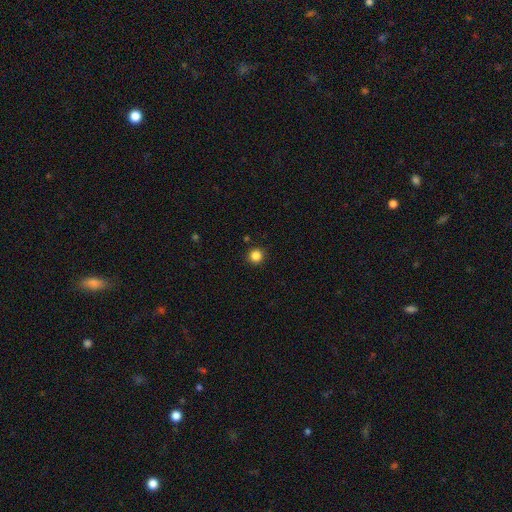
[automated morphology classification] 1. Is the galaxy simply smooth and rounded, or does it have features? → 85% smooth, 12% star or artifact, 3% featured or disk.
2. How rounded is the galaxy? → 96% round, 4% in between, 1% cigar-shaped.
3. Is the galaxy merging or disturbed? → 92% none, 5% minor disturbance, 2% major disturbance, 1% merger.